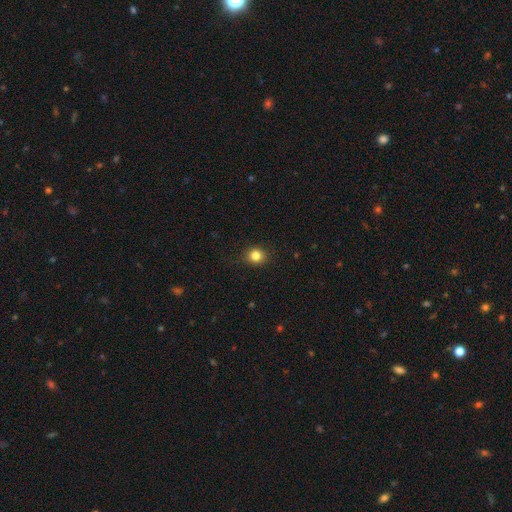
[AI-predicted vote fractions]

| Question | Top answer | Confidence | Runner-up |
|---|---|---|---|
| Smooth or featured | smooth | 83% | star or artifact (12%) |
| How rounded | round | 83% | in between (16%) |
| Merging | none | 89% | minor disturbance (8%) |